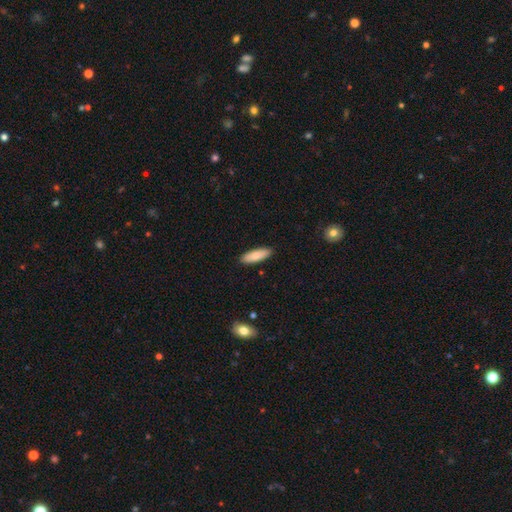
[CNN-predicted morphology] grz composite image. It shows a smooth galaxy with no disk features (82%) that is in between round and cigar-shaped (53%). Merging: none (90%).